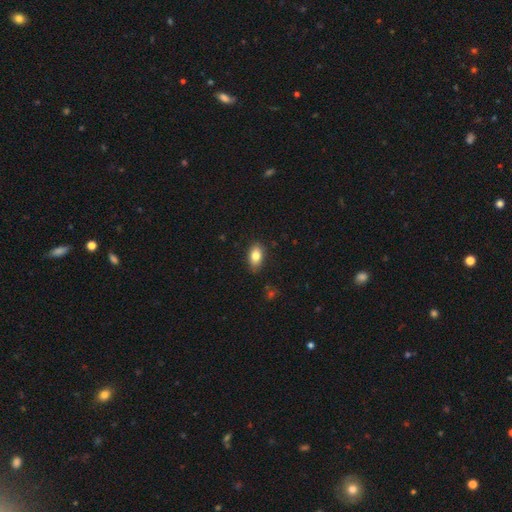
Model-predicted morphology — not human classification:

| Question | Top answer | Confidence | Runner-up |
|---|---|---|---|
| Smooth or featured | smooth | 82% | featured or disk (10%) |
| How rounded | in between | 89% | round (8%) |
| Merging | none | 85% | minor disturbance (12%) |